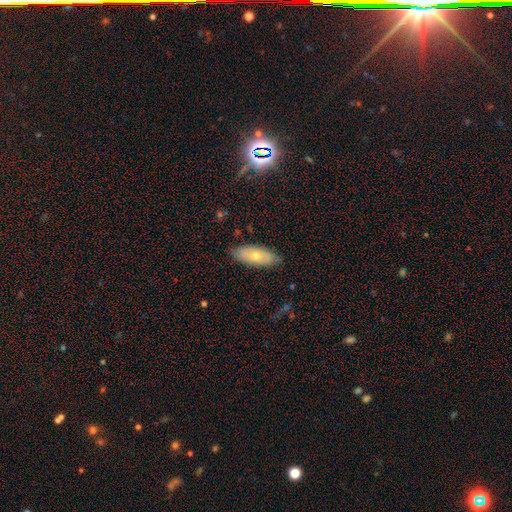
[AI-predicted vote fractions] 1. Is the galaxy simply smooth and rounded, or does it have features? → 63% smooth, 30% featured or disk, 7% star or artifact.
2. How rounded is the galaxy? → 79% in between, 19% cigar-shaped, 2% round.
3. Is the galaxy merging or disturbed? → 81% none, 15% minor disturbance, 3% major disturbance, 1% merger.